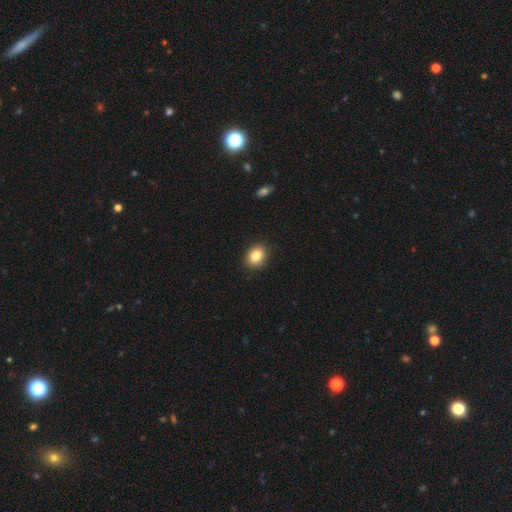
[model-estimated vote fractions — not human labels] Q: Smooth or featured?
A: smooth (85%); runner-up: star or artifact (9%)
Q: How rounded?
A: round (50%); runner-up: in between (49%)
Q: Merging?
A: none (89%); runner-up: minor disturbance (8%)